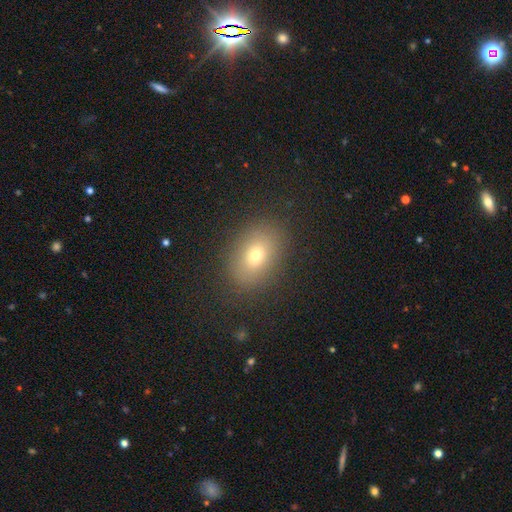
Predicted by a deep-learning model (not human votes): Smooth or featured? smooth (71%)
How rounded? in between (73%)
Merging? none (86%)